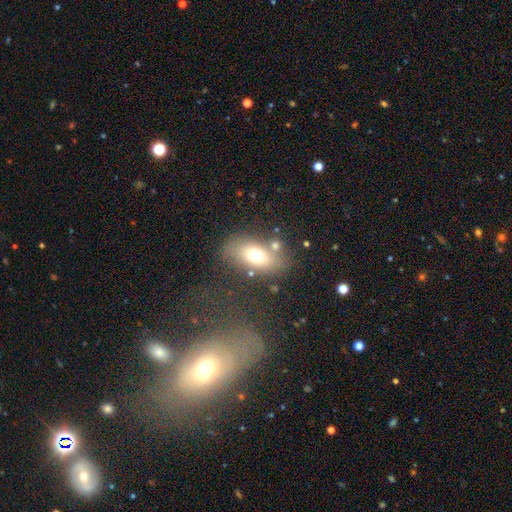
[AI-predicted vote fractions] Smooth or featured?
  - smooth: 68% *
  - featured or disk: 20%
  - star or artifact: 12%
How rounded?
  - in between: 83% *
  - round: 13%
  - cigar-shaped: 4%
Merging?
  - none: 67% *
  - minor disturbance: 15%
  - merger: 10%
  - major disturbance: 8%